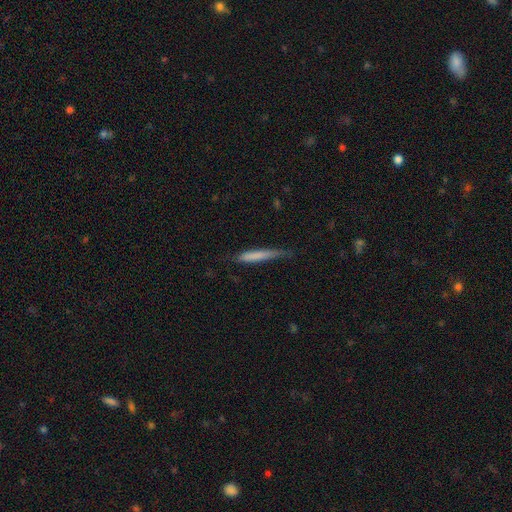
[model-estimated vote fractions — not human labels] A smooth galaxy with no disk features (71%) that is cigar-shaped (94%). Merging: none (68%).